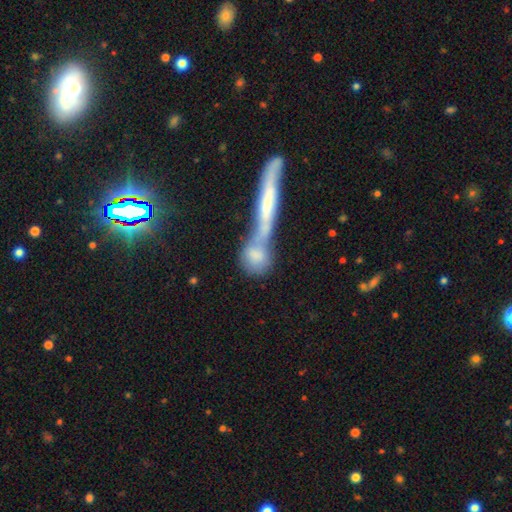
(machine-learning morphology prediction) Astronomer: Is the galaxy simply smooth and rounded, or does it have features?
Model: smooth — 70%.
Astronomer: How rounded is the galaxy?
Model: round — 43% (runner-up: in between, 33%).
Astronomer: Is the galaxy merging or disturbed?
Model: merger — 57%.